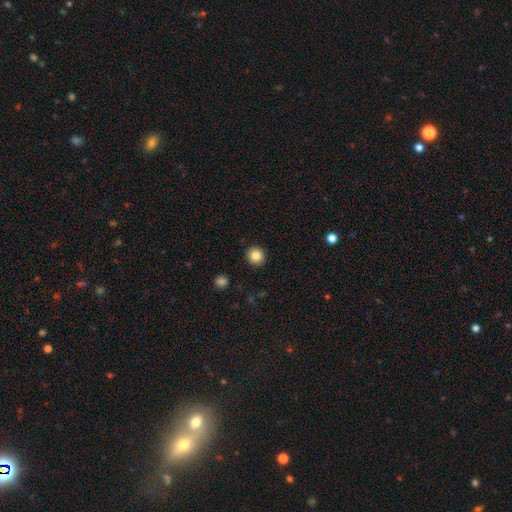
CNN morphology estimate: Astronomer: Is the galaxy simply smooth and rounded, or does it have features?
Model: smooth — 84%.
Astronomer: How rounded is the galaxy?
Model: round — 91%.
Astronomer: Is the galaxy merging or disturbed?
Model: none — 92%.